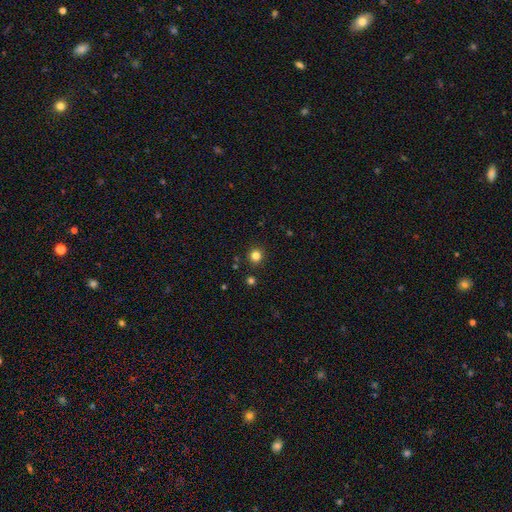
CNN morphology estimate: Smooth or featured?
  - smooth: 82% *
  - star or artifact: 14%
  - featured or disk: 4%
How rounded?
  - round: 92% *
  - in between: 7%
  - cigar-shaped: 1%
Merging?
  - none: 90% *
  - minor disturbance: 5%
  - merger: 2%
  - major disturbance: 2%